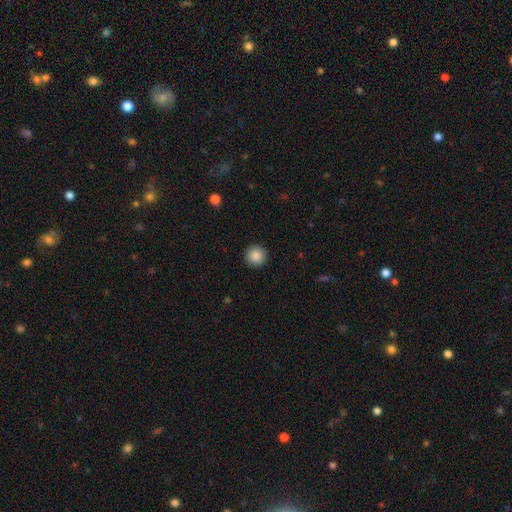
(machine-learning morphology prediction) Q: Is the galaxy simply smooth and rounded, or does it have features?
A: smooth — 88%.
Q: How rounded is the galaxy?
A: round — 96%.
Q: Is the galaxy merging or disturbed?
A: none — 92%.